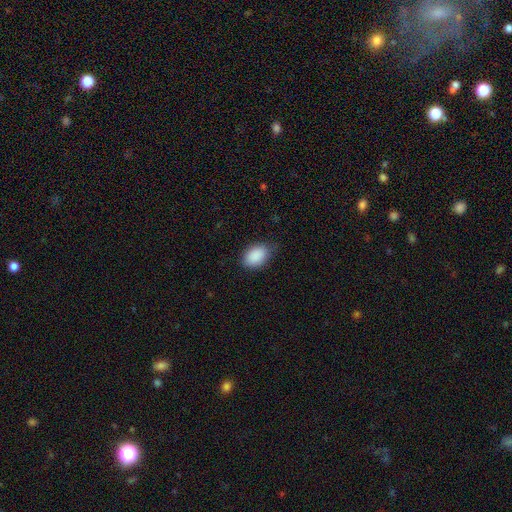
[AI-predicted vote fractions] Smooth or featured: smooth — 90% (star or artifact — 7%)
How rounded: in between — 88% (round — 11%)
Merging: none — 73% (minor disturbance — 22%)